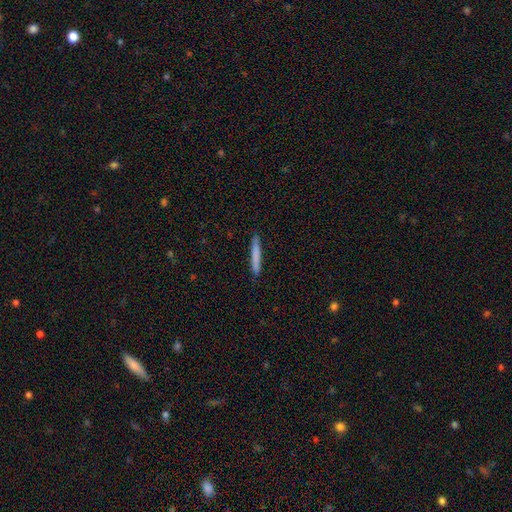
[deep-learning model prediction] The model was most divided on "smooth or featured": smooth: 76%, featured or disk: 18%, star or artifact: 6%. More confident: how rounded — cigar-shaped (96%); merging — none (90%).